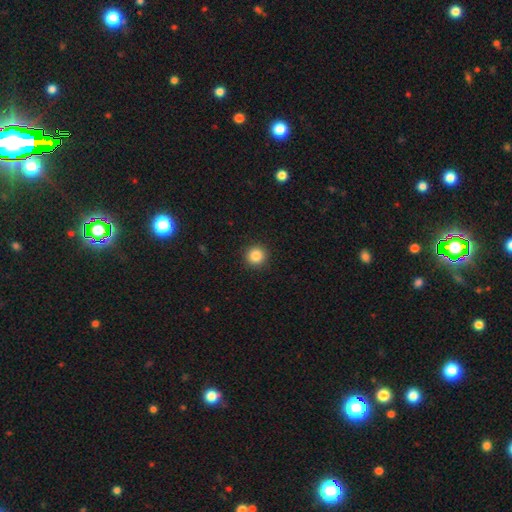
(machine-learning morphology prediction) Smooth or featured? Predicted: smooth (p=0.85). How rounded? Predicted: round (p=0.95). Merging? Predicted: none (p=0.92).